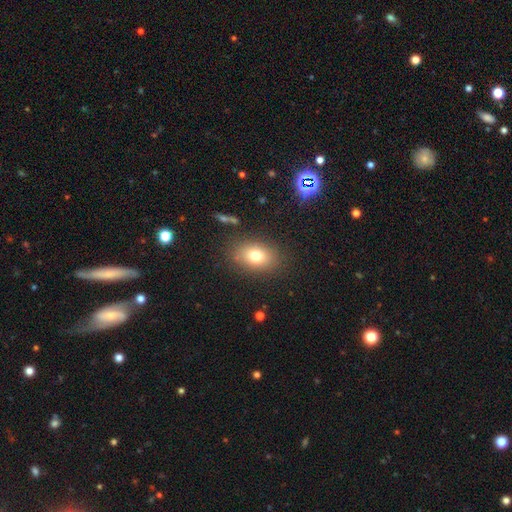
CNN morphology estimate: Overall: smooth (77%). How rounded: in between (76%). Merging: none (84%).